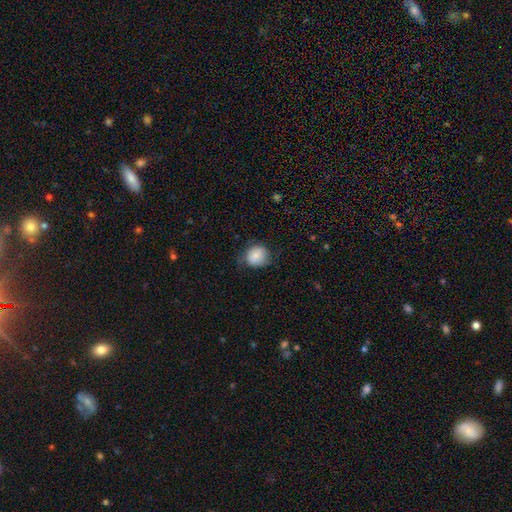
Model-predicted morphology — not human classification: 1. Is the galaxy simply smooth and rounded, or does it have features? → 78% smooth, 14% featured or disk, 8% star or artifact.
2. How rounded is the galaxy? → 78% round, 21% in between, 1% cigar-shaped.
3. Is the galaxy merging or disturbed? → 61% none, 26% minor disturbance, 12% major disturbance, 1% merger.